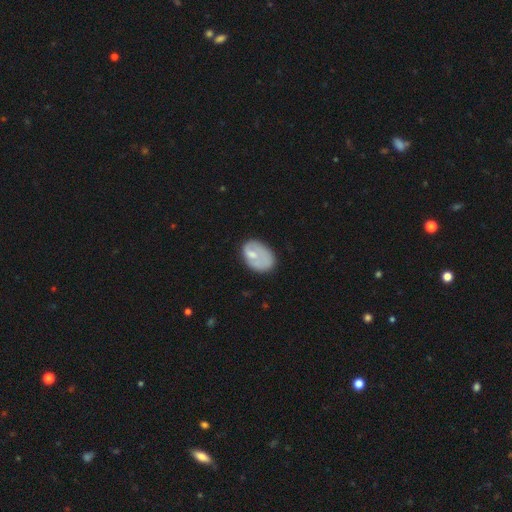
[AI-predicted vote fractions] Smooth or featured: smooth — 57% (featured or disk — 36%)
How rounded: in between — 84% (round — 15%)
Merging: none — 42% (minor disturbance — 31%)